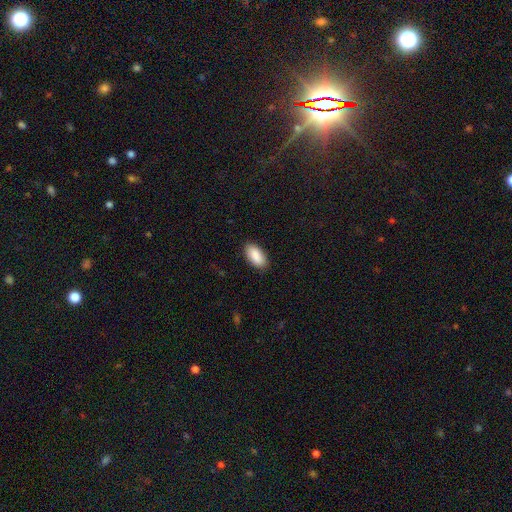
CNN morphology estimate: Smooth or featured?
  - smooth: 89% *
  - star or artifact: 6%
  - featured or disk: 5%
How rounded?
  - in between: 94% *
  - cigar-shaped: 4%
  - round: 2%
Merging?
  - none: 87% *
  - minor disturbance: 10%
  - major disturbance: 2%
  - merger: 1%